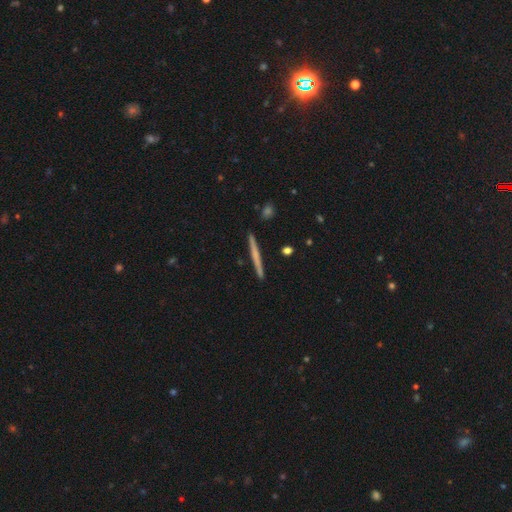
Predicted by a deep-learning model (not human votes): The model was most divided on "smooth or featured" (2-way tie): featured or disk: 47%, smooth: 47%, star or artifact: 5%. More confident: merging — none (92%).